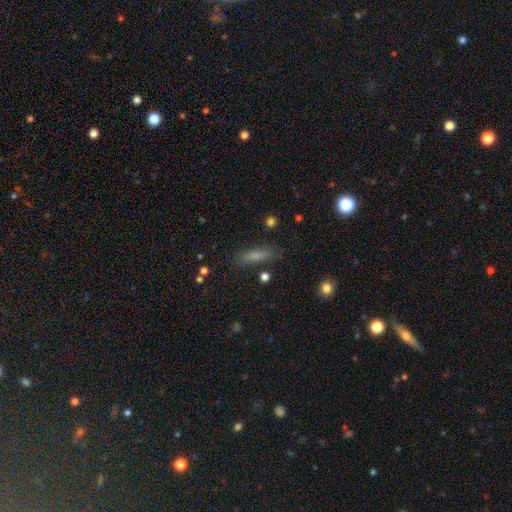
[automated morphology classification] A smooth galaxy with no disk features (76%) that is cigar-shaped (68%). Merging: none (82%).